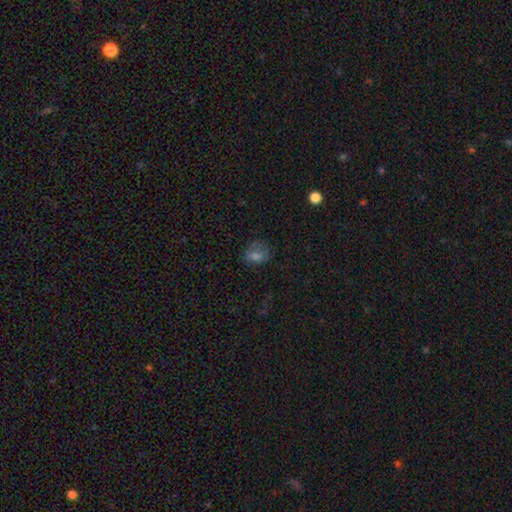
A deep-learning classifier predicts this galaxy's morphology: smooth 65%, star or artifact 20%, featured or disk 16%. Down the decision tree: how rounded — in between (51%); merging — none (59%).